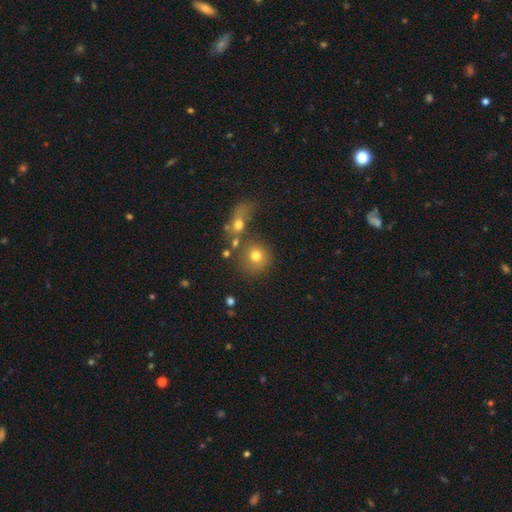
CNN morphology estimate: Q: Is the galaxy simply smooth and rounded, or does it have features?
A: smooth — 72%.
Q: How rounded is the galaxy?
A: round — 88%.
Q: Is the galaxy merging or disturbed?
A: none — 53%.